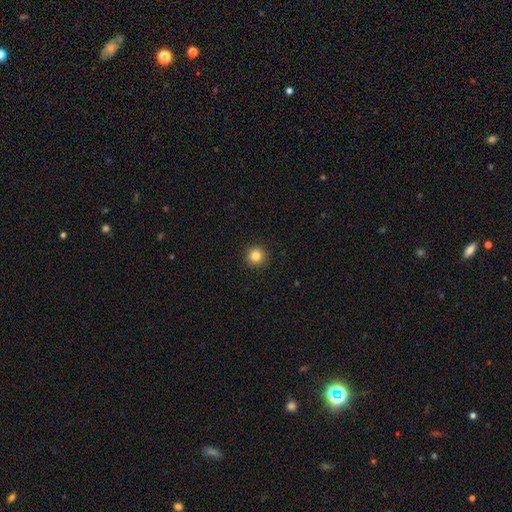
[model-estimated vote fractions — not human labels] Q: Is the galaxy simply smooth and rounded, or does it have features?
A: smooth — 84%.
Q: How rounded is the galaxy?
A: round — 95%.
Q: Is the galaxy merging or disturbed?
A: none — 93%.